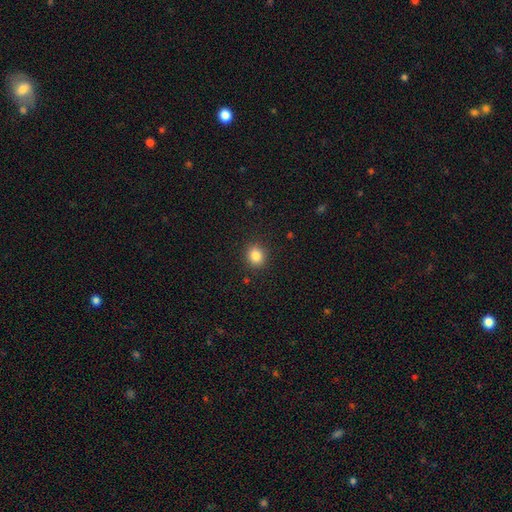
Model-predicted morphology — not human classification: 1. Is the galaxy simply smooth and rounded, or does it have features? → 84% smooth, 11% star or artifact, 5% featured or disk.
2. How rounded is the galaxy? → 72% round, 27% in between, 1% cigar-shaped.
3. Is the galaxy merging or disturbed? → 89% none, 7% minor disturbance, 2% major disturbance, 1% merger.